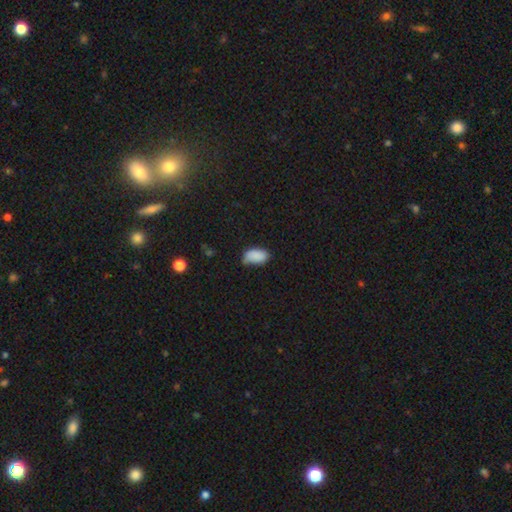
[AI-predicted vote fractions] smooth 87%, star or artifact 8%, featured or disk 5%. Down the decision tree: how rounded — in between (94%); merging — none (58%).